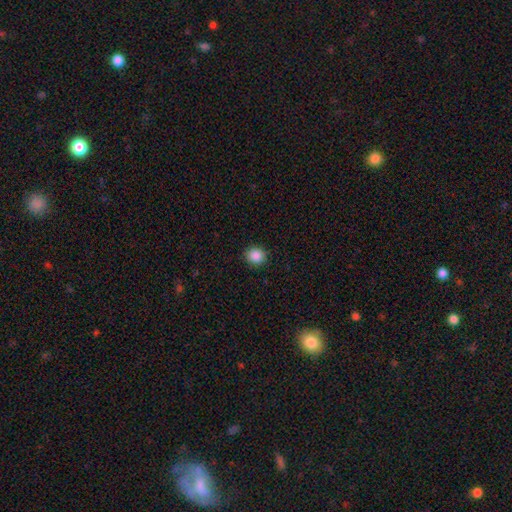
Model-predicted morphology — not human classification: Smooth or featured? smooth (88%)
How rounded? round (86%)
Merging? none (91%)